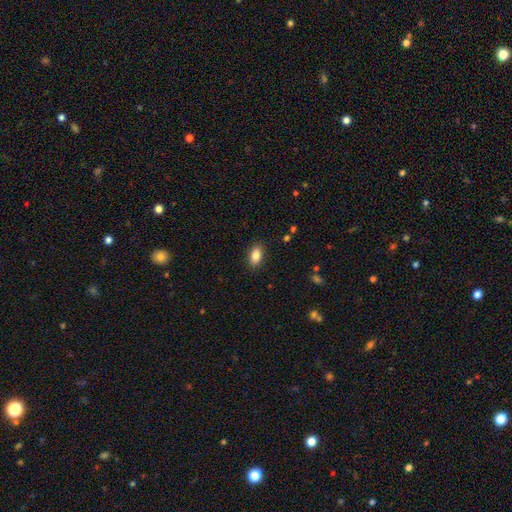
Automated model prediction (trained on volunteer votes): Q: Smooth or featured?
A: smooth (85%); runner-up: star or artifact (8%)
Q: How rounded?
A: in between (89%); runner-up: round (8%)
Q: Merging?
A: none (88%); runner-up: minor disturbance (9%)